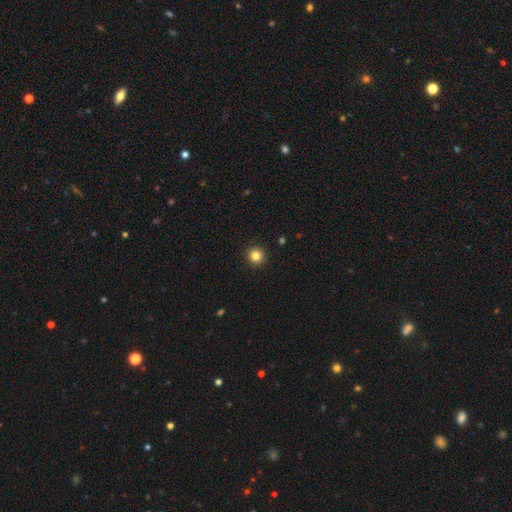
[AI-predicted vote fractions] Morphology: type=smooth (83%); roundness=round (96%); merging=none (93%).